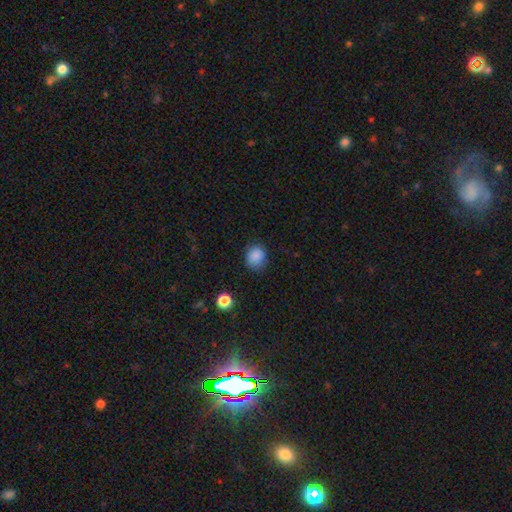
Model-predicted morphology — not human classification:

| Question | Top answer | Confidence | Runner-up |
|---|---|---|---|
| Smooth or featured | smooth | 86% | star or artifact (10%) |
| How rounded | round | 67% | in between (32%) |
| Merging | none | 75% | minor disturbance (19%) |